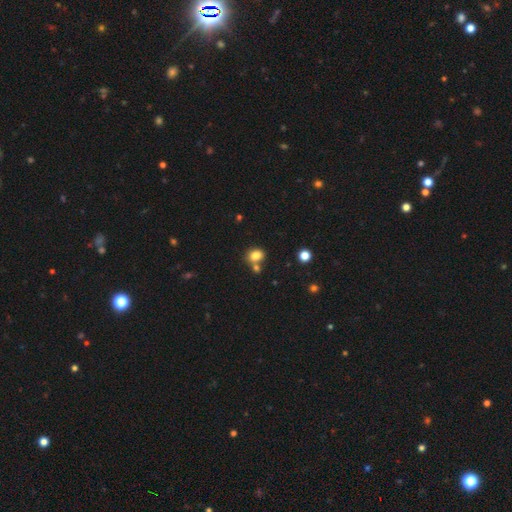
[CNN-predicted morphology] Overall: smooth (82%). How rounded: in between (54%; round 45%). Merging: none (59%; merger 26%).